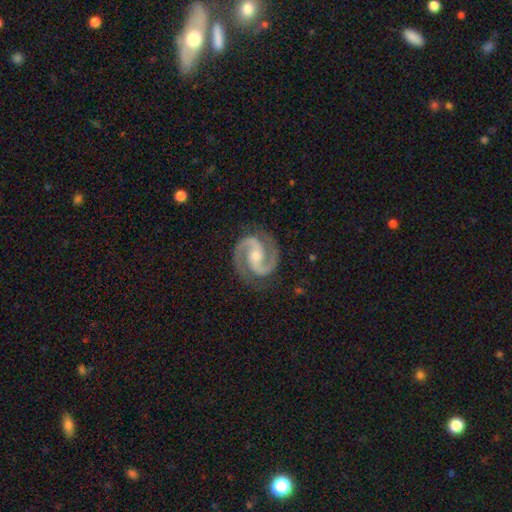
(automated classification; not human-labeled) smooth-or-featured: featured or disk: 94% | star or artifact: 4% | smooth: 2%
  disk-edge-on: no: 98% | yes: 2%
    bar: no: 37% | weak: 36% | strong: 27%
    has-spiral-arms: yes: 99% | no: 1%
      spiral-winding: medium: 61% | tight: 31% | loose: 8%
      spiral-arm-count: 2: 95% | can't tell: 1% | 3: 1% | 1: 1% | 4: 1% | more than 4: 1%
    bulge-size: small: 51% | moderate: 43% | none: 3% | large: 2% | dominant: 1%
  merging: none: 87% | minor disturbance: 10% | major disturbance: 2% | merger: 1%